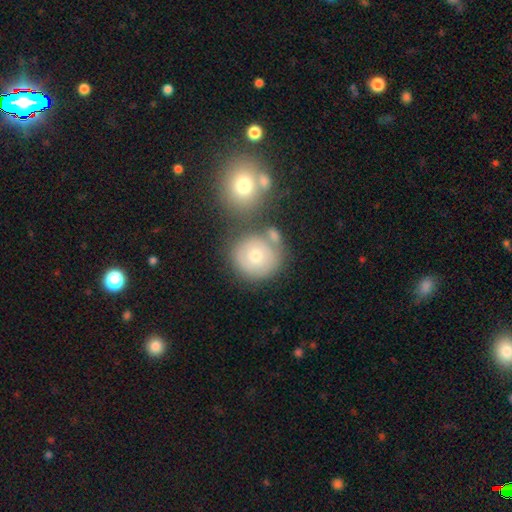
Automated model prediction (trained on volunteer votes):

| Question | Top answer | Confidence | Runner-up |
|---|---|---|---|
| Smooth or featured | smooth | 62% | featured or disk (27%) |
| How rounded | round | 89% | in between (10%) |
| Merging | none | 64% | merger (17%) |